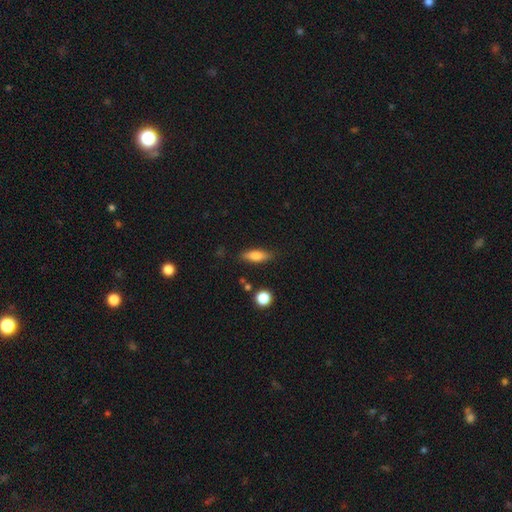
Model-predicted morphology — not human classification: Smooth or featured? Predicted: smooth (p=0.75). How rounded? Predicted: in between (p=0.56). Merging? Predicted: none (p=0.82).